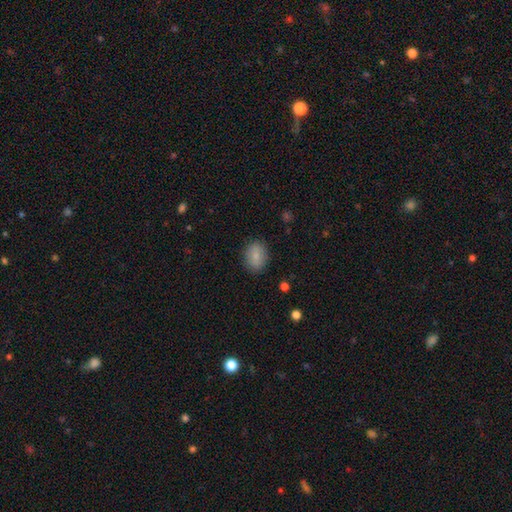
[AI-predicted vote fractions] Smooth or featured: smooth — 82% (featured or disk — 10%)
How rounded: in between — 68% (round — 31%)
Merging: none — 86% (minor disturbance — 10%)